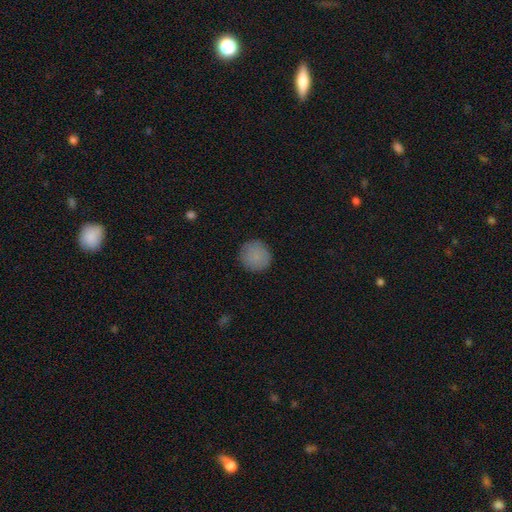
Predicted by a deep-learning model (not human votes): Morphology: type=smooth (87%); roundness=round (94%); merging=none (89%).